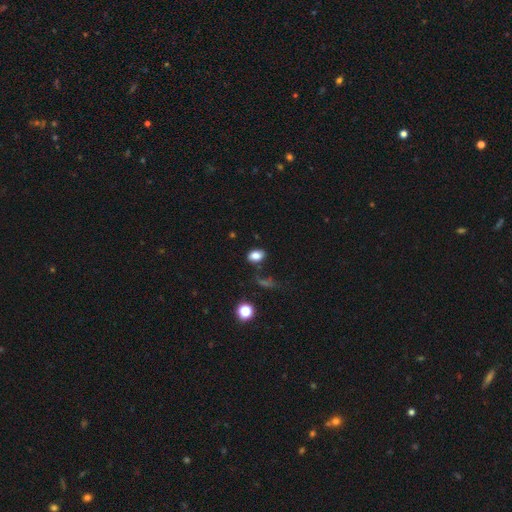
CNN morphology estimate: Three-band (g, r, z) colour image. It shows a smooth galaxy with no disk features (83%) that is in between round and cigar-shaped (83%). Merging: none (75%).